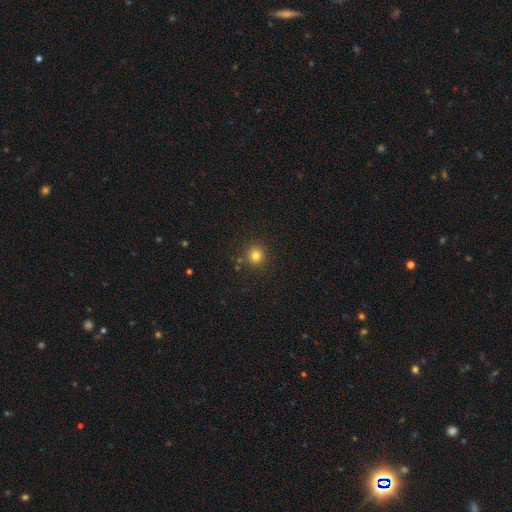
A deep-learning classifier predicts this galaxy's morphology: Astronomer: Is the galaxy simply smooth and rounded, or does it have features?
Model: smooth — 80%.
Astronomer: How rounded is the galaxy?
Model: round — 94%.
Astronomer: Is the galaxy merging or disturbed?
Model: none — 87%.